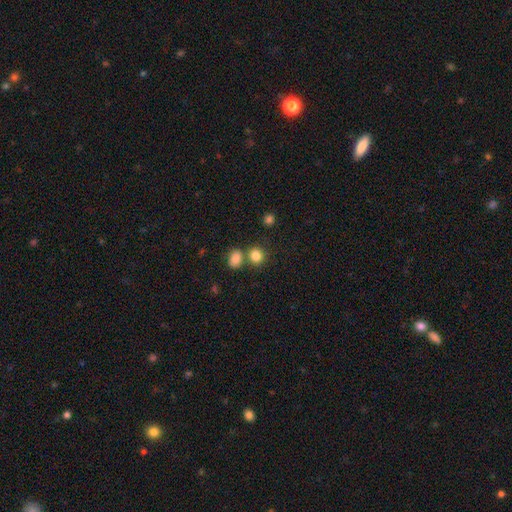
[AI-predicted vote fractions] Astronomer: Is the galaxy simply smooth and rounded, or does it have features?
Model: smooth — 83%.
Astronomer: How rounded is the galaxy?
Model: round — 75%.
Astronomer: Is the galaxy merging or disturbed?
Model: none — 61%.